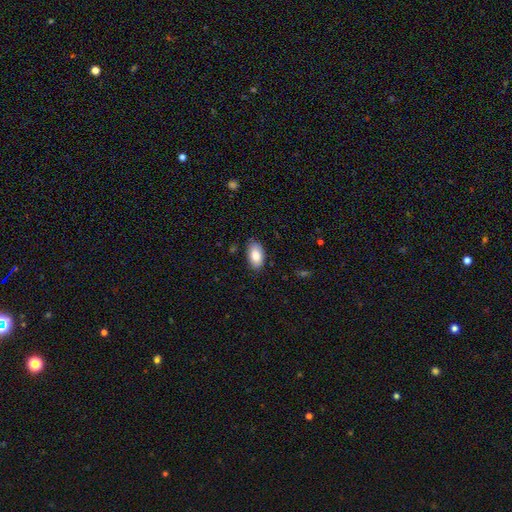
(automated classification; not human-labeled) This is clearly a smooth galaxy (86%). How rounded: clearly in between (94%). Merging: clearly none (82%).